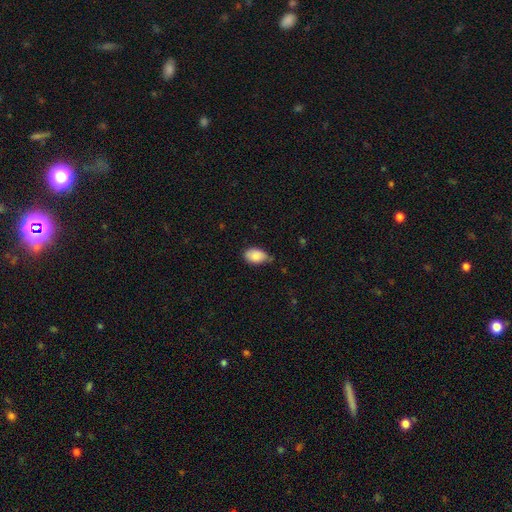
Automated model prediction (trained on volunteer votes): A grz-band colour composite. It shows a smooth galaxy with no disk features (86%) that is in between round and cigar-shaped (90%). Merging: none (56%).